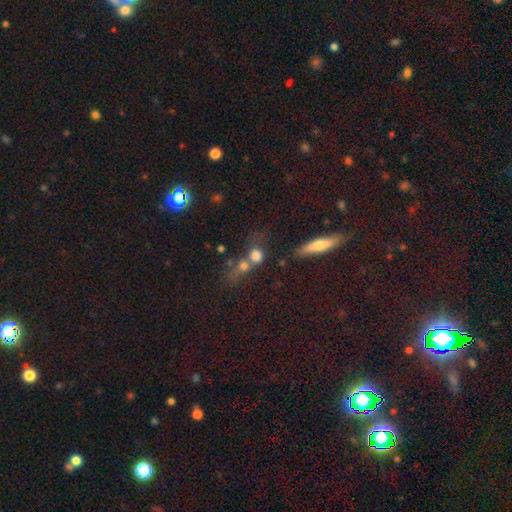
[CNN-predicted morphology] This appears to be a smooth galaxy with no disk features (72%) that is round (69%). Merging: merger (48%).